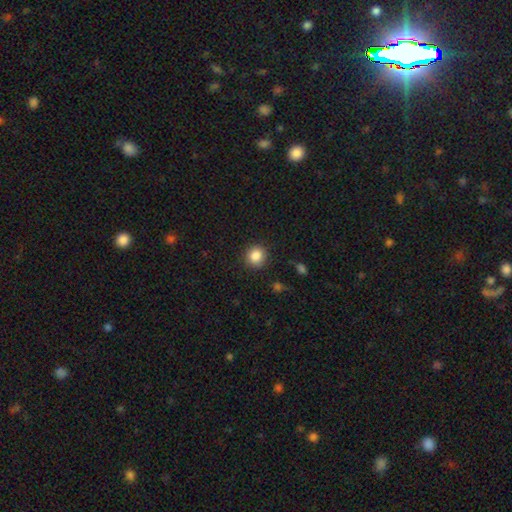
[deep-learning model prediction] smooth 86%, star or artifact 10%, featured or disk 4%. Down the decision tree: how rounded — round (88%); merging — none (89%).